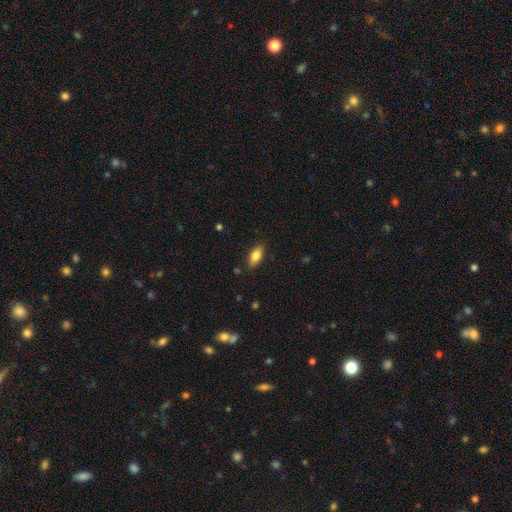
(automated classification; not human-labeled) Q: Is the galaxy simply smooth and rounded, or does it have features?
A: smooth — 82%.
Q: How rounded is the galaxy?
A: in between — 86%.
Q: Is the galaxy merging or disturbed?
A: none — 85%.